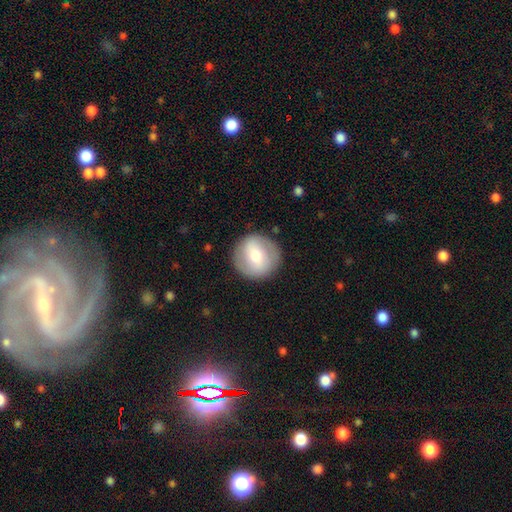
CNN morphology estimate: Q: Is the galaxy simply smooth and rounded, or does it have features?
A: smooth — 54%.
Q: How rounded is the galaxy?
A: round — 93%.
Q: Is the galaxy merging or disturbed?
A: none — 88%.